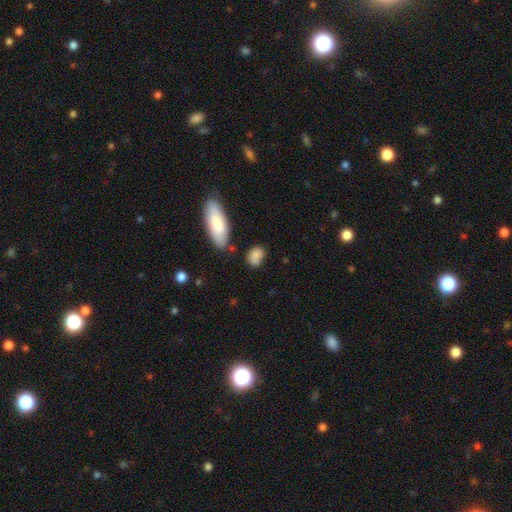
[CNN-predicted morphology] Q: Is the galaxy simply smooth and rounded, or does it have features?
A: smooth — 83%.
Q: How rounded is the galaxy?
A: in between — 71%.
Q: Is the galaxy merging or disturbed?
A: none — 63%.